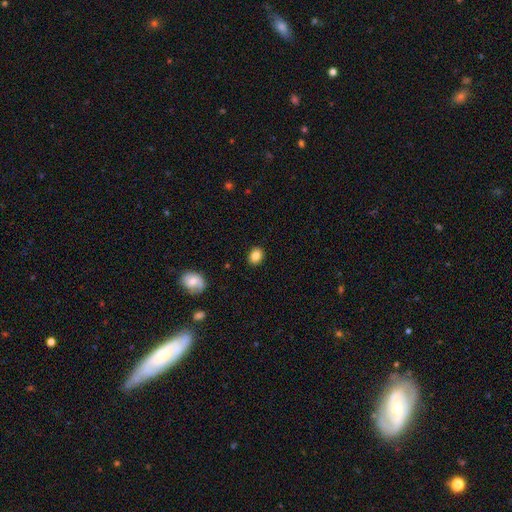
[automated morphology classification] Smooth or featured?
  - smooth: 85% *
  - star or artifact: 9%
  - featured or disk: 6%
How rounded?
  - in between: 51% *
  - round: 48%
  - cigar-shaped: 1%
Merging?
  - none: 90% *
  - minor disturbance: 7%
  - major disturbance: 2%
  - merger: 1%